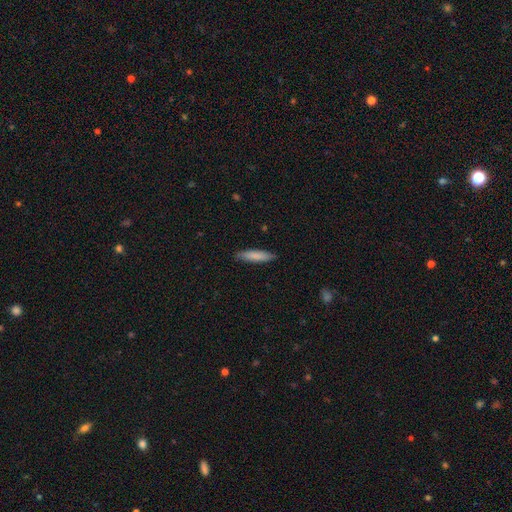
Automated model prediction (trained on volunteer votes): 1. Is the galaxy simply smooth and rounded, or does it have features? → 83% smooth, 12% featured or disk, 5% star or artifact.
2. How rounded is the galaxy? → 80% cigar-shaped, 18% in between, 1% round.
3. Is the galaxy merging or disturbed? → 87% none, 10% minor disturbance, 2% major disturbance, 1% merger.